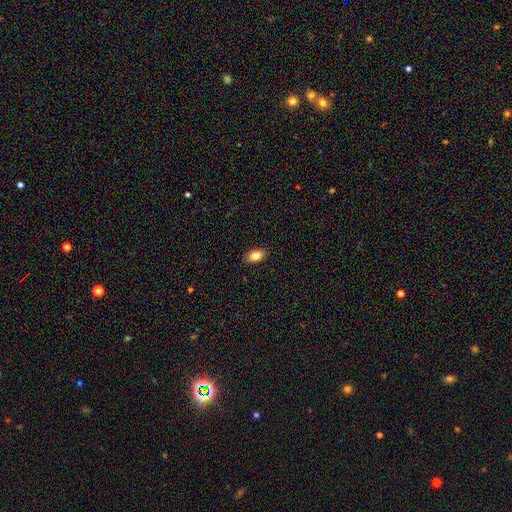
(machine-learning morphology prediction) type=smooth (82%); roundness=in between (88%); merging=none (89%).